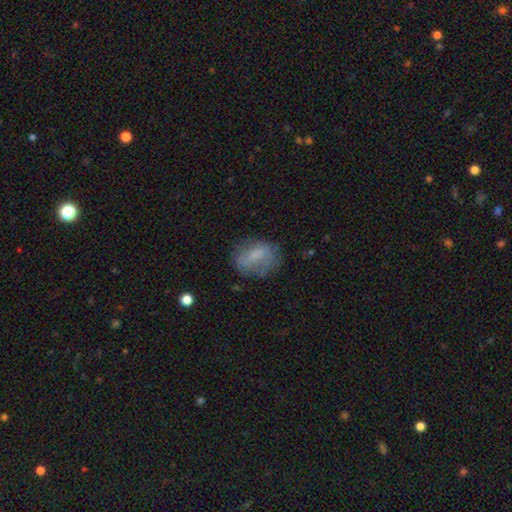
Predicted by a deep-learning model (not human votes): smooth_or_featured: smooth (p=0.63) [alt: featured or disk p=0.28]
how_rounded: in between (p=0.73) [alt: round p=0.23]
merging: none (p=0.62) [alt: minor disturbance p=0.23]